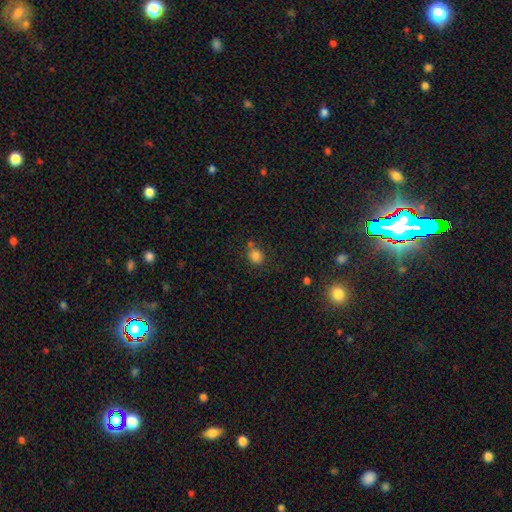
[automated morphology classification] smooth_or_featured: smooth (p=0.81) [alt: star or artifact p=0.12]
how_rounded: round (p=0.73) [alt: in between p=0.26]
merging: none (p=0.62) [alt: merger p=0.18]